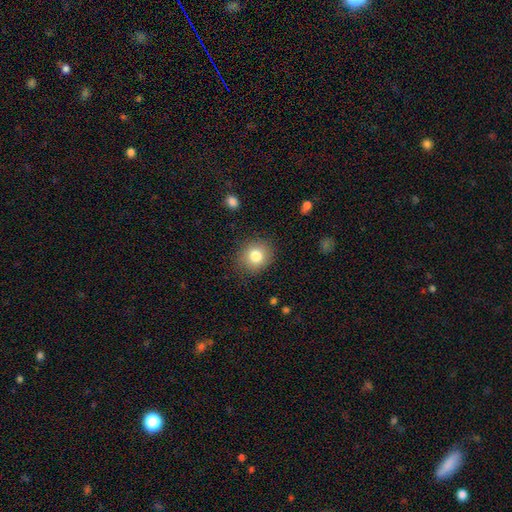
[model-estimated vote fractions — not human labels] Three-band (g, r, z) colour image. It shows a smooth galaxy with no disk features (81%) that is round (81%). Merging: none (86%).